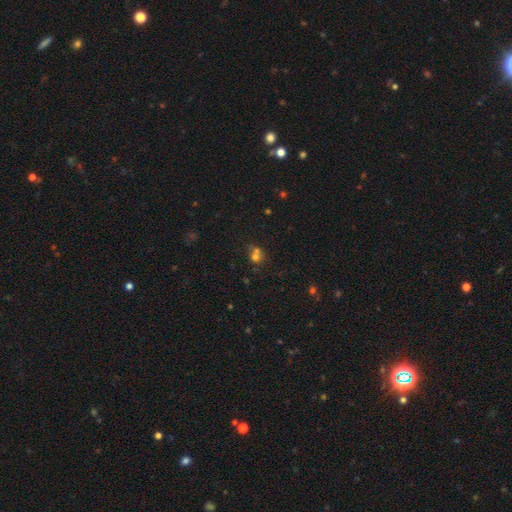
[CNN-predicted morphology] This appears to be a smooth galaxy with no disk features (63%) that is round (76%). Merging: merger (53%).